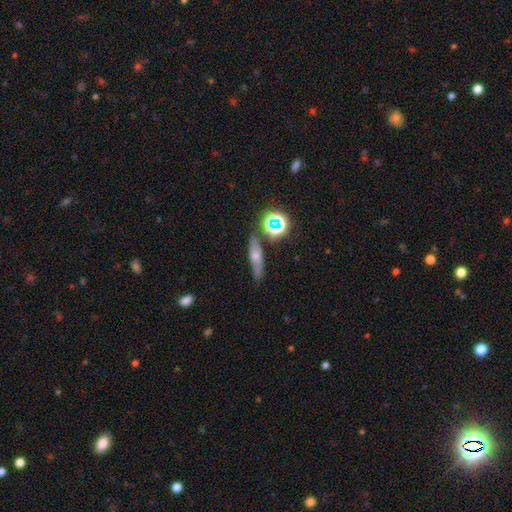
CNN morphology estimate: Smooth or featured?
  - featured or disk: 45% *
  - smooth: 30%
  - star or artifact: 25%
Merging?
  - none: 76% *
  - minor disturbance: 14%
  - merger: 6%
  - major disturbance: 4%